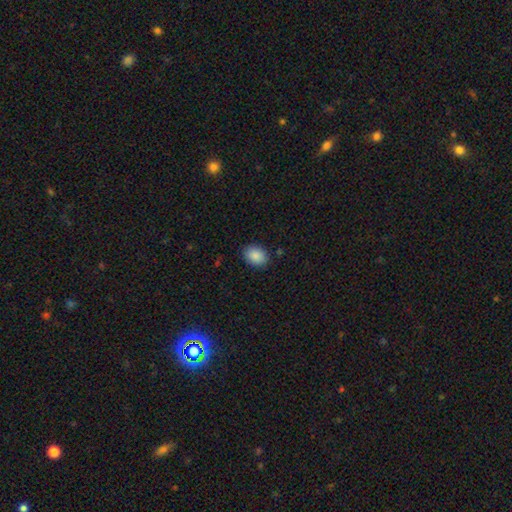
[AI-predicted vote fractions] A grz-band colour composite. It shows a smooth galaxy with no disk features (89%) that is in between round and cigar-shaped (69%). Merging: none (86%).